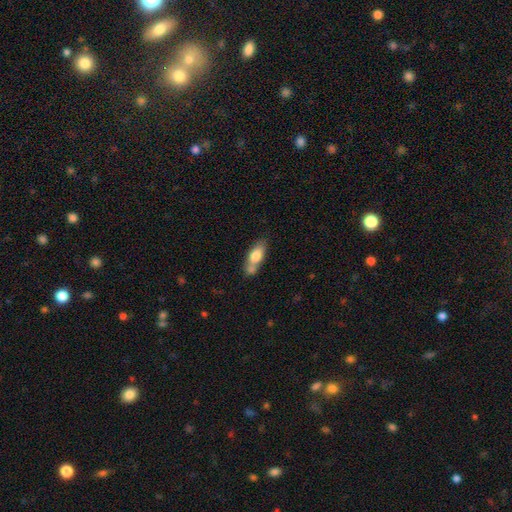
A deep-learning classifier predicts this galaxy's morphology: A smooth galaxy with no disk features (71%) that is in between round and cigar-shaped (70%).

Vote fractions:
- Smooth or featured? smooth: 71% / featured or disk: 22% / star or artifact: 7%
- How rounded? in between: 70% / cigar-shaped: 26% / round: 4%
- Merging? none: 45% / merger: 32% / minor disturbance: 18% / major disturbance: 5%